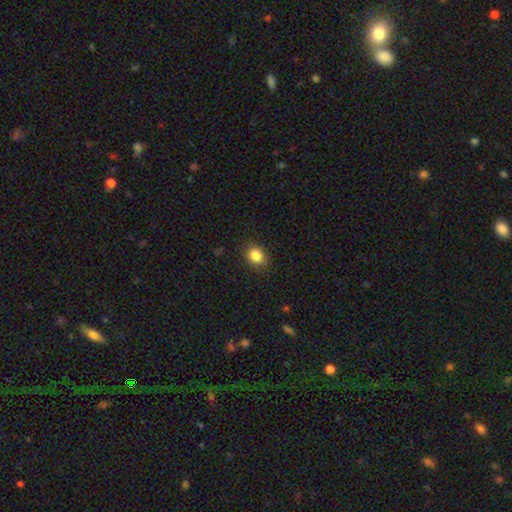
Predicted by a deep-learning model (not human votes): This is clearly a smooth galaxy (85%). How rounded: possibly round (56%). Merging: clearly none (88%).